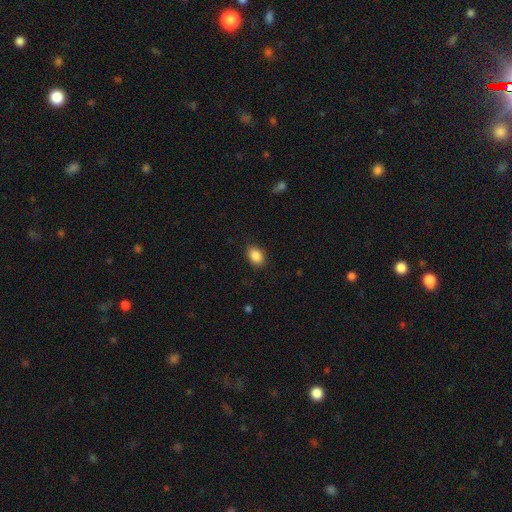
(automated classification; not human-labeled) Smooth or featured? smooth (88%)
How rounded? in between (80%)
Merging? none (86%)